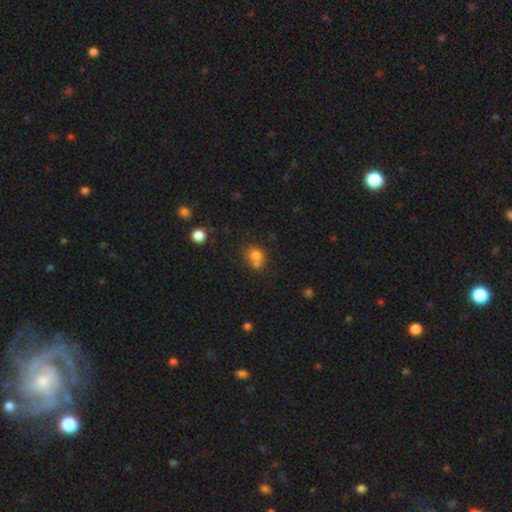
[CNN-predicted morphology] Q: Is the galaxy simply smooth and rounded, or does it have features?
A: smooth — 75%.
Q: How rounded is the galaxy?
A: round — 64%.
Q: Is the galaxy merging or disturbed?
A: none — 42%.